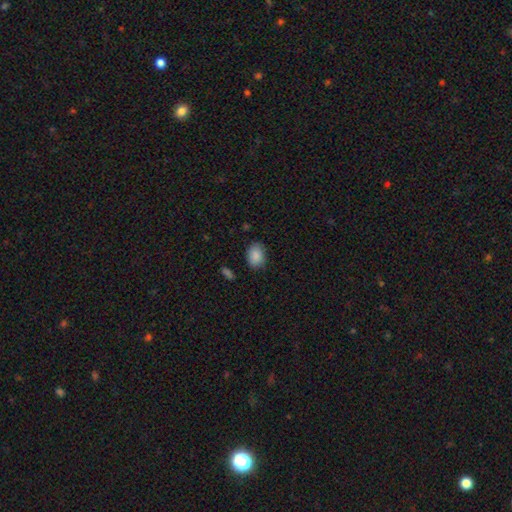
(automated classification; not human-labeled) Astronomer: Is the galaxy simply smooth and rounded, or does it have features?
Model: smooth — 88%.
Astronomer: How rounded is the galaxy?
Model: in between — 73%.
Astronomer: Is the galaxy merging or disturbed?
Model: none — 82%.